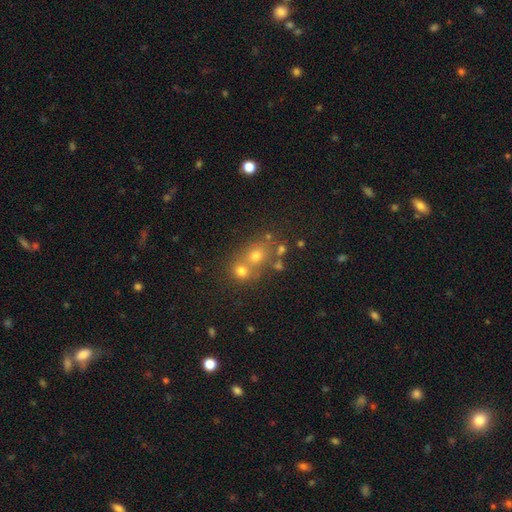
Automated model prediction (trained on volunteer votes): Smooth or featured? smooth (65%)
How rounded? round (70%)
Merging? merger (45%)